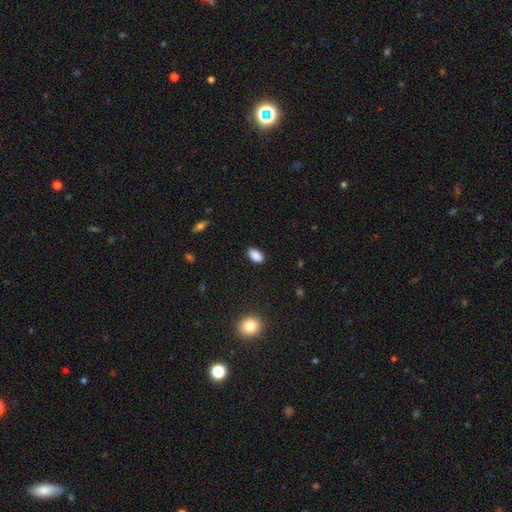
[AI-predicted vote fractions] Morphology: type=smooth (88%); roundness=in between (92%); merging=none (85%).